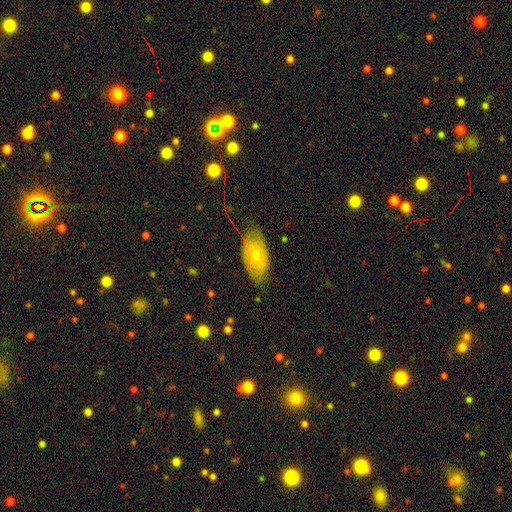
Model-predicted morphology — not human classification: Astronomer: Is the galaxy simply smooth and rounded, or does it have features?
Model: smooth — 58% (runner-up: featured or disk, 35%).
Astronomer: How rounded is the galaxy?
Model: in between — 92%.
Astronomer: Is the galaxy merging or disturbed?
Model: none — 73%.